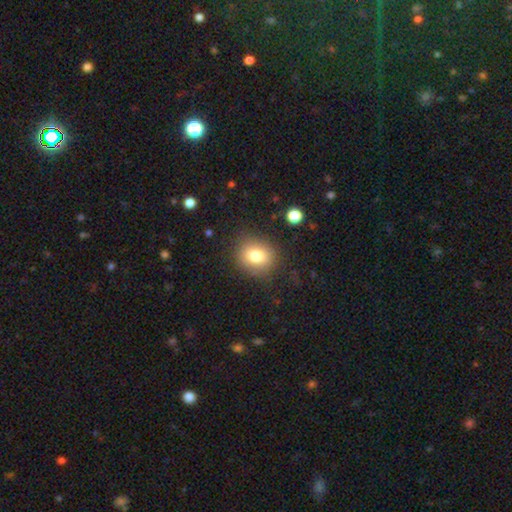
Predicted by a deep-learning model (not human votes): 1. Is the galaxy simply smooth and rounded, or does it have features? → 79% smooth, 11% star or artifact, 10% featured or disk.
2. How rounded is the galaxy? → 64% round, 35% in between, 1% cigar-shaped.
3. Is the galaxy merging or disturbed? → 82% none, 12% minor disturbance, 4% major disturbance, 2% merger.